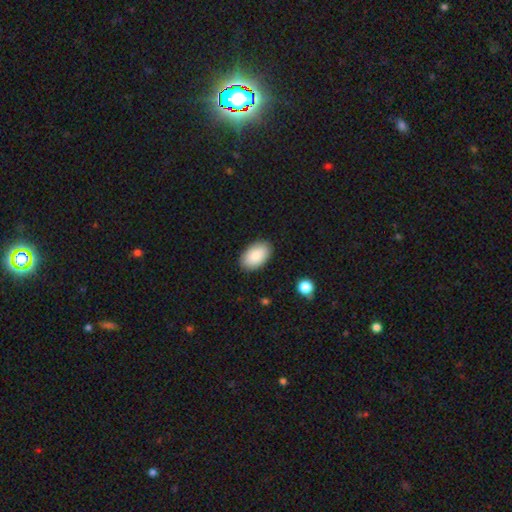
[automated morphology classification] Smooth or featured? Predicted: smooth (p=0.89). How rounded? Predicted: in between (p=0.94). Merging? Predicted: none (p=0.88).